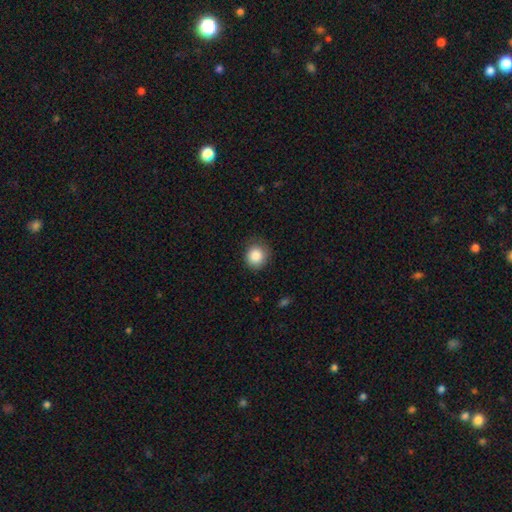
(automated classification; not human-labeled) Overall: smooth (87%). How rounded: round (88%). Merging: none (80%).